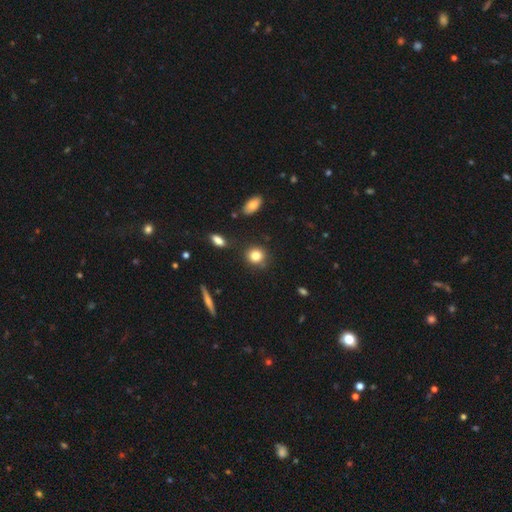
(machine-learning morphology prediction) Smooth or featured: smooth — 82% (star or artifact — 10%)
How rounded: round — 81% (in between — 17%)
Merging: none — 82% (minor disturbance — 11%)